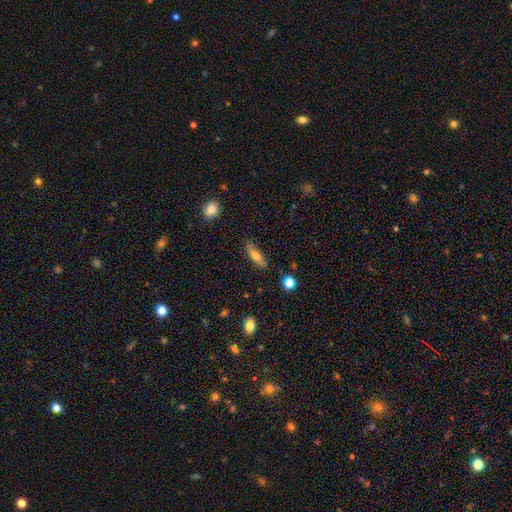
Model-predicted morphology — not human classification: Q: Smooth or featured?
A: smooth (62%); runner-up: featured or disk (31%)
Q: How rounded?
A: cigar-shaped (60%); runner-up: in between (37%)
Q: Merging?
A: none (81%); runner-up: minor disturbance (15%)